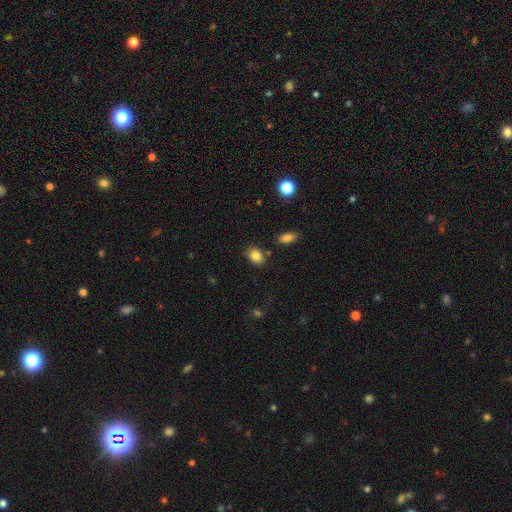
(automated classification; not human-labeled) Smooth or featured? smooth (84%)
How rounded? in between (63%)
Merging? none (81%)